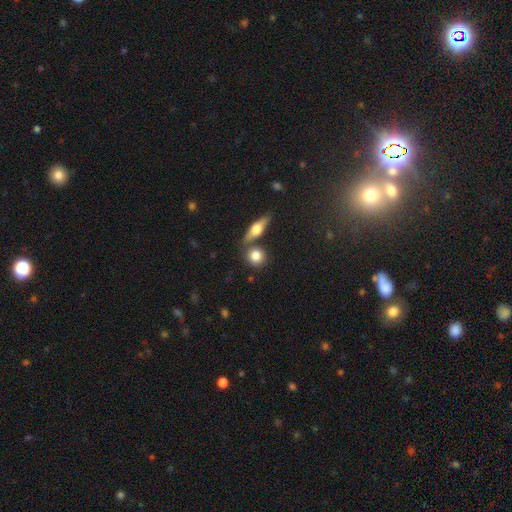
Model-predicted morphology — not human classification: A smooth galaxy with no disk features (77%) that is round (77%).

Vote fractions:
- Smooth or featured? smooth: 77% / featured or disk: 15% / star or artifact: 8%
- How rounded? round: 77% / in between: 18% / cigar-shaped: 5%
- Merging? none: 67% / merger: 20% / minor disturbance: 10% / major disturbance: 3%